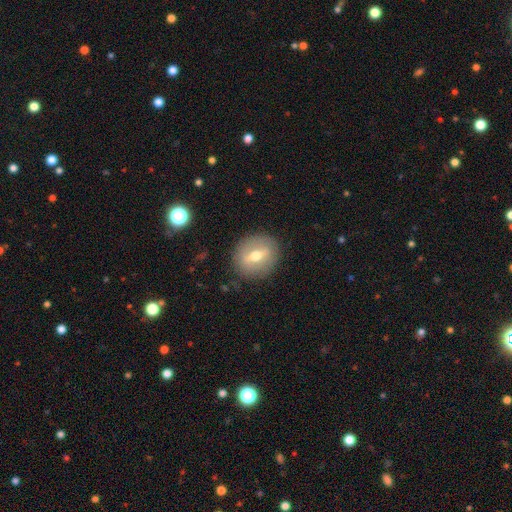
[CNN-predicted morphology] Smooth or featured: smooth — 46% (featured or disk — 45%)
Merging: none — 86% (minor disturbance — 9%)